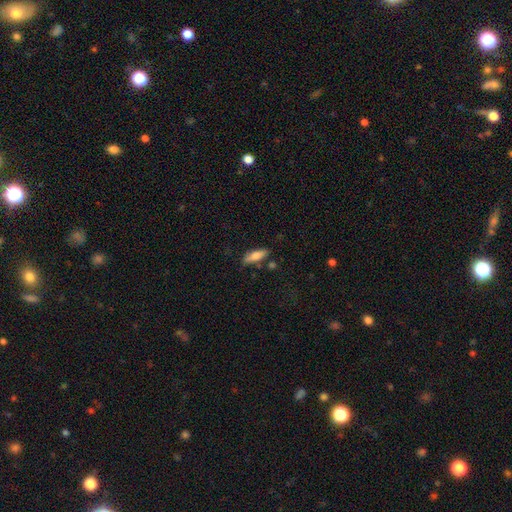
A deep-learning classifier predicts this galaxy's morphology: The model was most divided on "how rounded": in between: 56%, cigar-shaped: 42%, round: 2%. More confident: smooth or featured — smooth (76%); merging — none (75%).